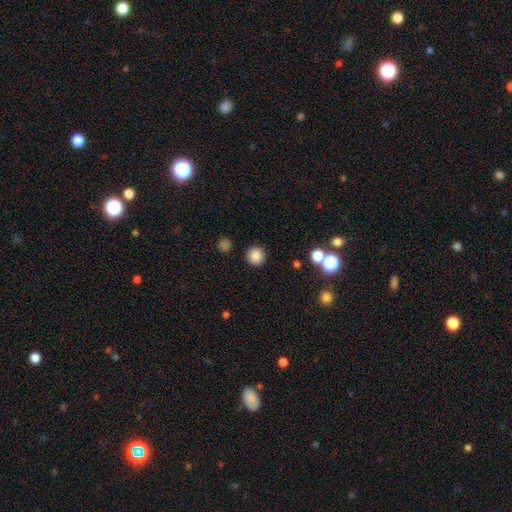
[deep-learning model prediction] A smooth galaxy with no disk features (85%) that is round (94%). Merging: none (90%).